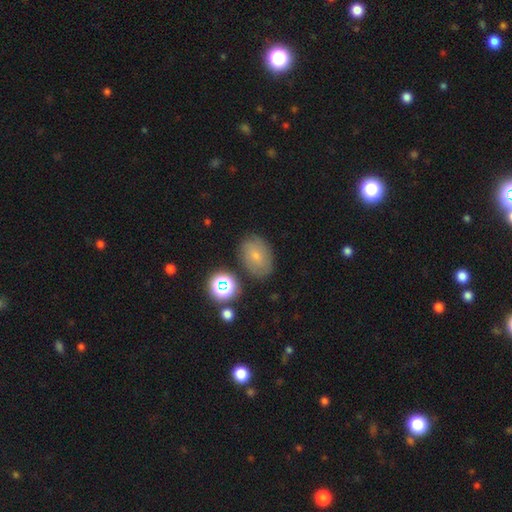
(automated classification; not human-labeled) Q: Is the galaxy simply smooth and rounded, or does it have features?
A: smooth — 64%.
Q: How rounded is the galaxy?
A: in between — 75%.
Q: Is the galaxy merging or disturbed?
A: none — 76%.